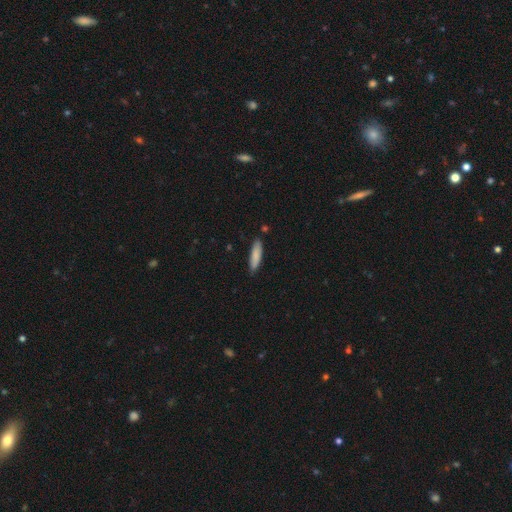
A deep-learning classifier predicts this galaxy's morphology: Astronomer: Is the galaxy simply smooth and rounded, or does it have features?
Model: smooth — 84%.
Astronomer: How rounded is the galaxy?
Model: cigar-shaped — 72%.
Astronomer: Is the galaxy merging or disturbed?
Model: none — 84%.